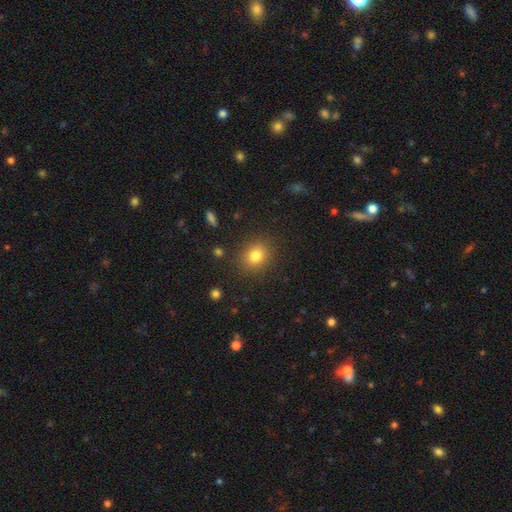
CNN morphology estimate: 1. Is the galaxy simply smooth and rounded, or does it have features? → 80% smooth, 12% star or artifact, 7% featured or disk.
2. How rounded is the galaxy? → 67% round, 32% in between, 1% cigar-shaped.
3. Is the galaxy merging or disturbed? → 87% none, 8% minor disturbance, 3% major disturbance, 2% merger.